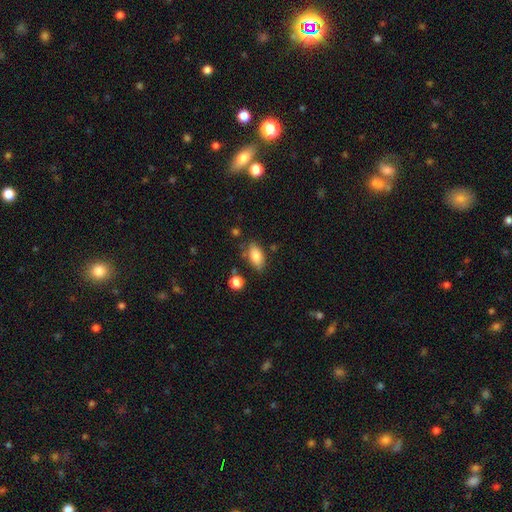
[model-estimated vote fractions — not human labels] Morphology: type=smooth (83%); roundness=in between (89%); merging=none (73%).